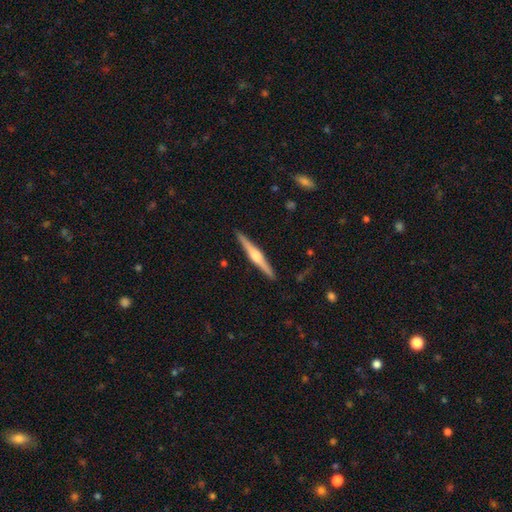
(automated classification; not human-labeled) Overall: featured or disk (74%). Edge-on disk: yes (98%). Edge-on bulge: rounded (82%). Merging: none (91%).